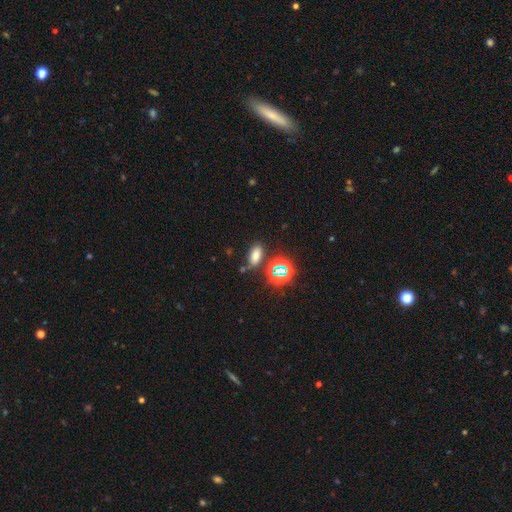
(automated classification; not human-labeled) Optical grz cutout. It shows a smooth galaxy with no disk features (66%) that is in between round and cigar-shaped (82%). Merging: none (77%).